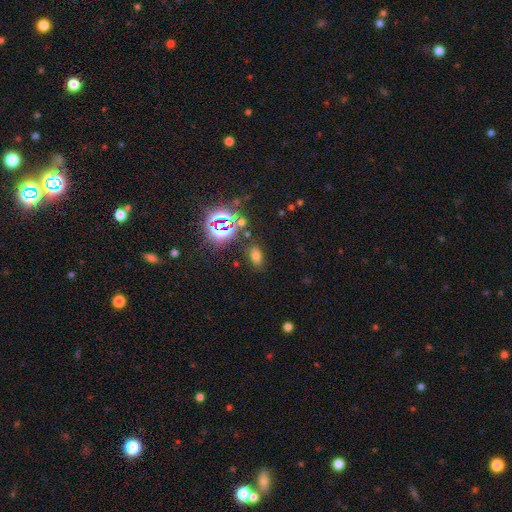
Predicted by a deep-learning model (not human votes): smooth 61%, star or artifact 31%, featured or disk 8%. Down the decision tree: how rounded — in between (86%); merging — none (80%).